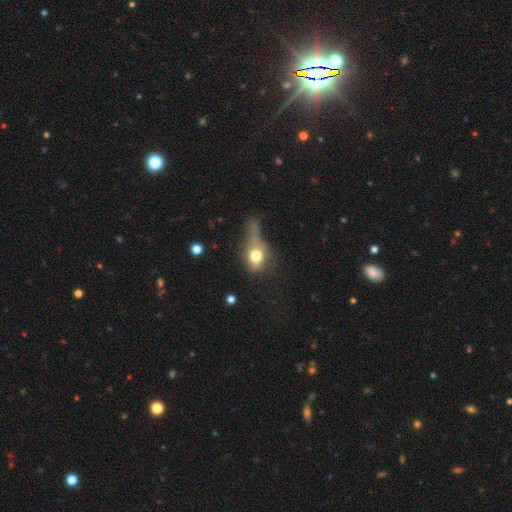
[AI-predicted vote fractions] Overall: smooth (68%). How rounded: in between (56%; round 37%). Merging: major disturbance (45%; minor disturbance 23%).